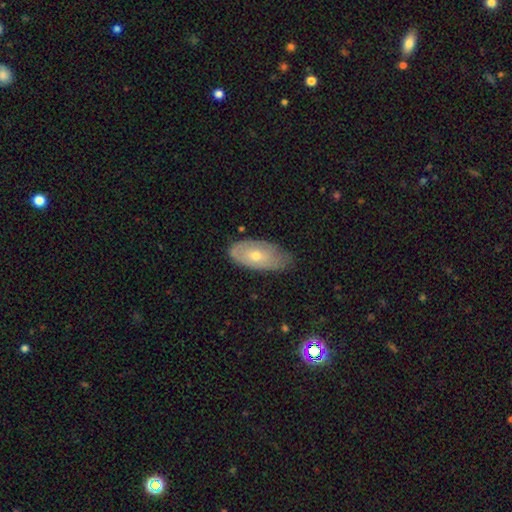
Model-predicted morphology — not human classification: Smooth or featured?
  - smooth: 52% *
  - featured or disk: 41%
  - star or artifact: 7%
How rounded?
  - in between: 91% *
  - cigar-shaped: 5%
  - round: 4%
Merging?
  - none: 61% *
  - minor disturbance: 31%
  - major disturbance: 6%
  - merger: 1%